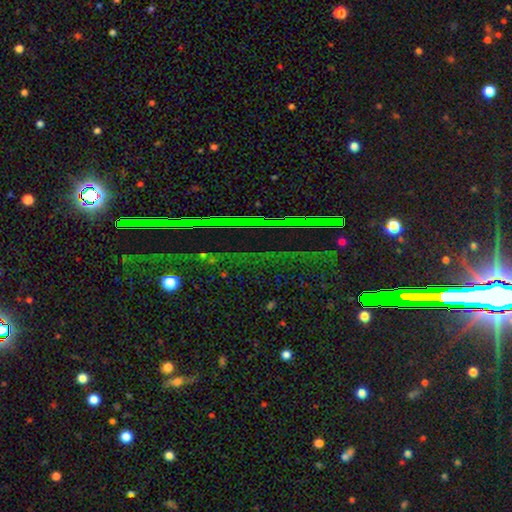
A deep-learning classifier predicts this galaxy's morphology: This is likely a star or artifact rather than a galaxy (77%).